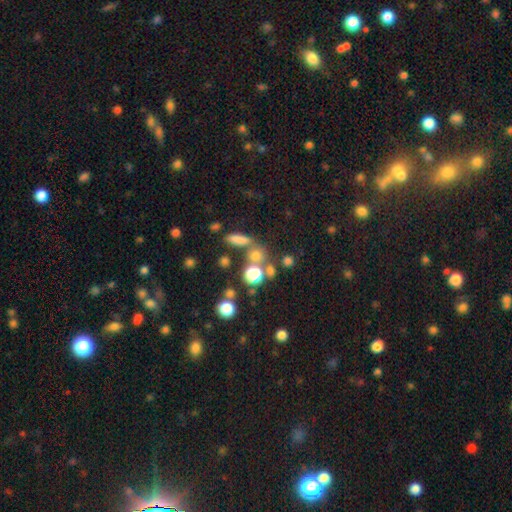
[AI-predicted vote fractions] A smooth galaxy with no disk features (63%) that is round (75%).

Vote fractions:
- Smooth or featured? smooth: 63% / star or artifact: 26% / featured or disk: 11%
- How rounded? round: 75% / in between: 19% / cigar-shaped: 6%
- Merging? none: 59% / merger: 26% / minor disturbance: 9% / major disturbance: 6%